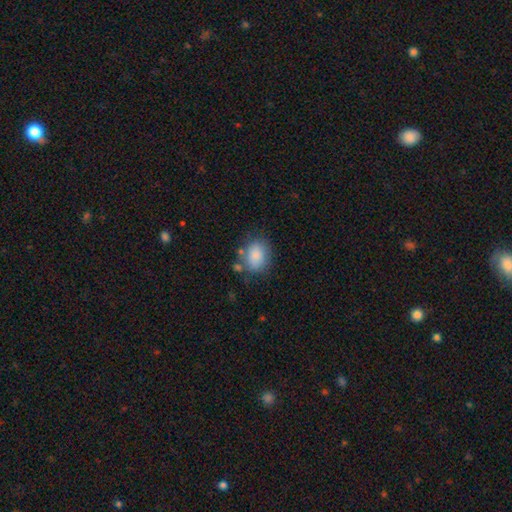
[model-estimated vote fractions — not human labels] Smooth or featured? smooth (84%)
How rounded? in between (57%)
Merging? none (68%)